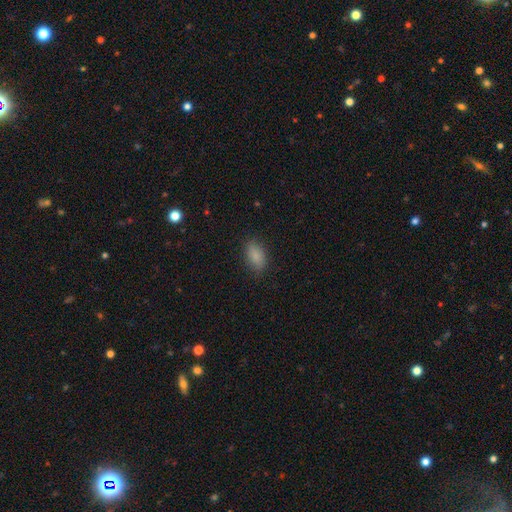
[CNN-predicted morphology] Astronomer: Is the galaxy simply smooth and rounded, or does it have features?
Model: smooth — 86%.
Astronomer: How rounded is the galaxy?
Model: in between — 89%.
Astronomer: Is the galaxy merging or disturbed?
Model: none — 83%.